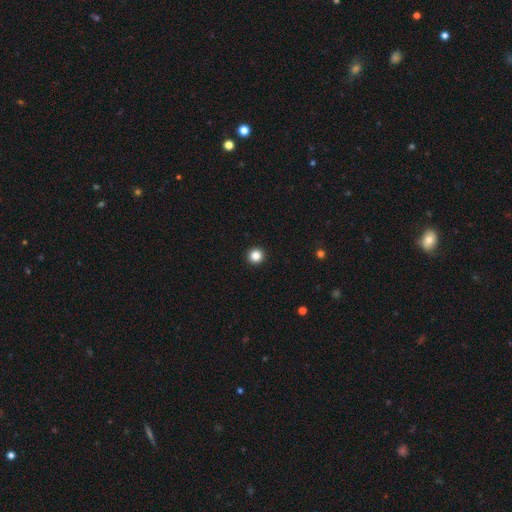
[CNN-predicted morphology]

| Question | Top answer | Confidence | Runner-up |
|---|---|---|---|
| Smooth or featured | smooth | 85% | star or artifact (12%) |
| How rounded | round | 96% | in between (3%) |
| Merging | none | 94% | minor disturbance (3%) |